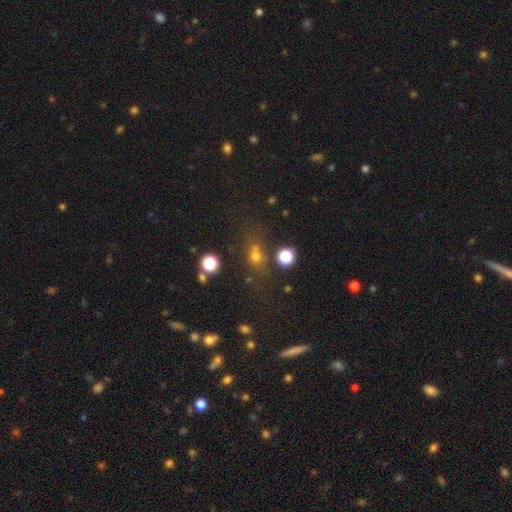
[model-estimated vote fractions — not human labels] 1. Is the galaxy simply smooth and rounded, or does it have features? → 59% smooth, 28% star or artifact, 13% featured or disk.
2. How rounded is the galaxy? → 68% round, 28% in between, 4% cigar-shaped.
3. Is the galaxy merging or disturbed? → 56% none, 23% merger, 12% minor disturbance, 8% major disturbance.